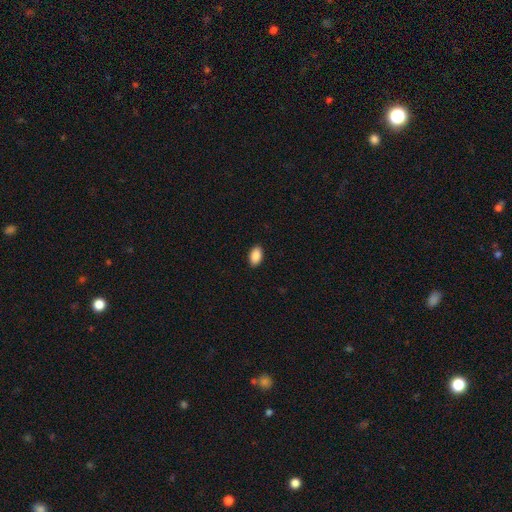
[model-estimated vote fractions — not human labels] Q: Smooth or featured?
A: smooth (90%); runner-up: star or artifact (7%)
Q: How rounded?
A: in between (94%); runner-up: round (5%)
Q: Merging?
A: none (90%); runner-up: minor disturbance (7%)